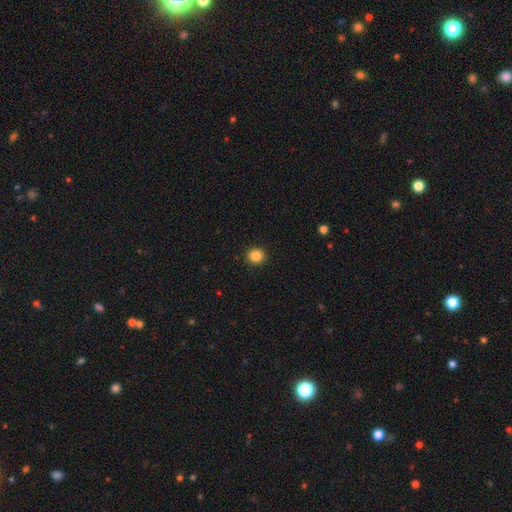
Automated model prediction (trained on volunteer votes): This is clearly a smooth galaxy (87%). How rounded: clearly round (88%). Merging: clearly none (92%).